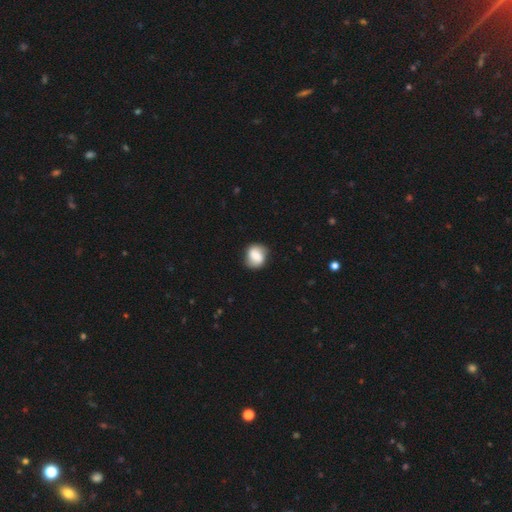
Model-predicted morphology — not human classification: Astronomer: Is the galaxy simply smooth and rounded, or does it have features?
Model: smooth — 64%.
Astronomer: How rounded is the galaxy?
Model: round — 72%.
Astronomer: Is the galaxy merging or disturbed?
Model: none — 77%.